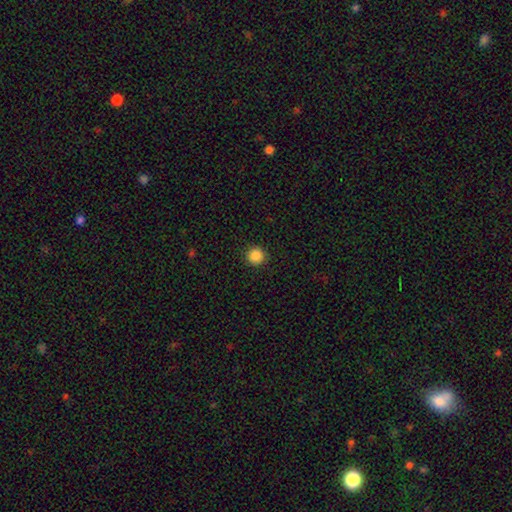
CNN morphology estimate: smooth 86%, star or artifact 10%, featured or disk 3%. Down the decision tree: how rounded — round (95%); merging — none (92%).